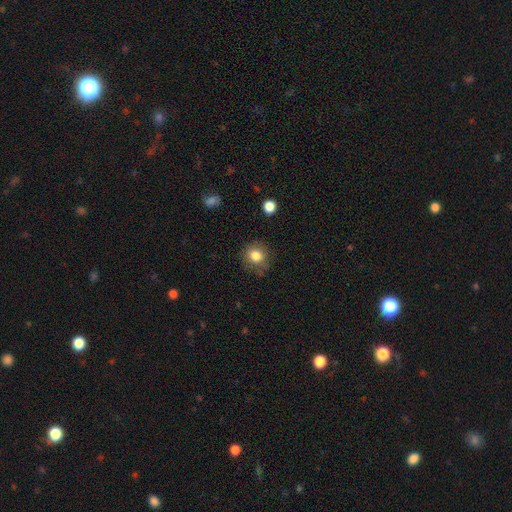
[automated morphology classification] The model was most divided on "merging": none: 80%, minor disturbance: 14%, major disturbance: 4%, merger: 1%. More confident: how rounded — round (86%); smooth or featured — smooth (81%).